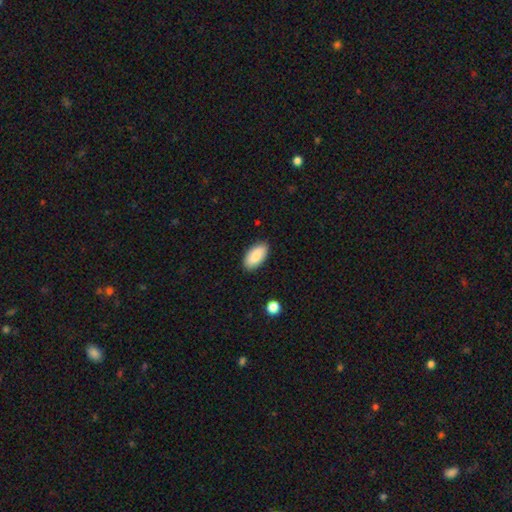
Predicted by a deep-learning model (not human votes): smooth_or_featured: smooth (p=0.84) [alt: featured or disk p=0.10]
how_rounded: in between (p=0.93) [alt: cigar-shaped p=0.04]
merging: none (p=0.86) [alt: minor disturbance p=0.10]